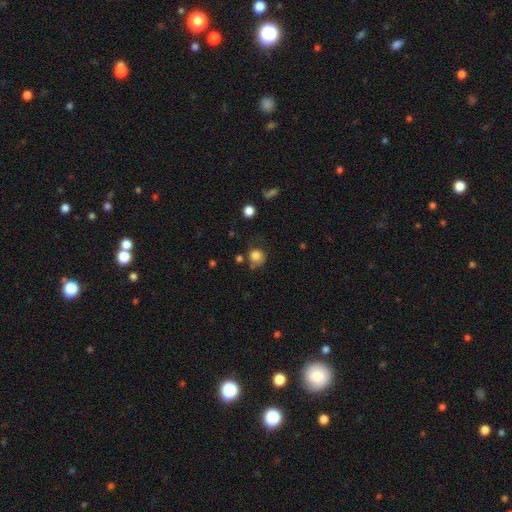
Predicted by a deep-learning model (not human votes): Smooth or featured?
  - smooth: 79% *
  - star or artifact: 11%
  - featured or disk: 10%
How rounded?
  - round: 83% *
  - in between: 16%
  - cigar-shaped: 1%
Merging?
  - none: 56% *
  - minor disturbance: 24%
  - major disturbance: 12%
  - merger: 8%